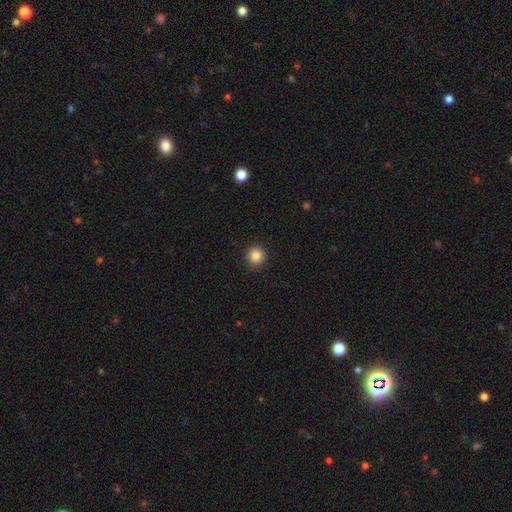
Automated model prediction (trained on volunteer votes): The model was most divided on "smooth or featured": smooth: 86%, star or artifact: 10%, featured or disk: 4%. More confident: how rounded — round (94%); merging — none (92%).